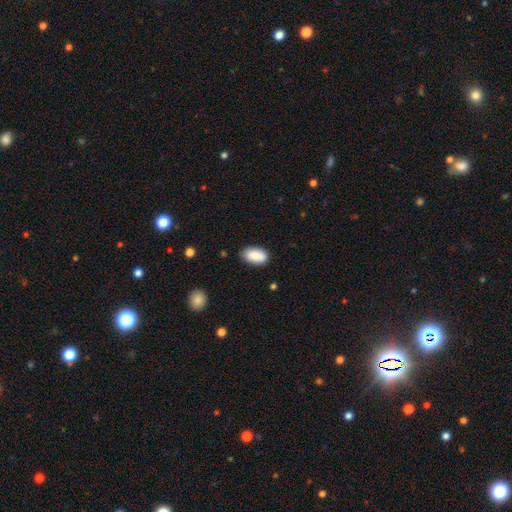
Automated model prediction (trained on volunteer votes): Smooth or featured? Predicted: smooth (p=0.89). How rounded? Predicted: in between (p=0.94). Merging? Predicted: none (p=0.83).